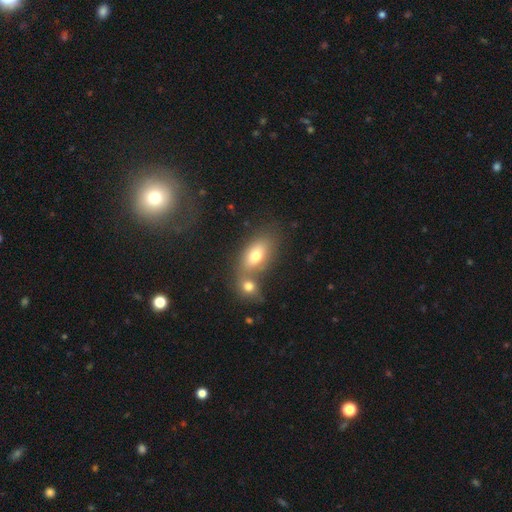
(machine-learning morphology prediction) smooth 72%, featured or disk 19%, star or artifact 9%. Down the decision tree: how rounded — in between (85%); merging — merger (52%).